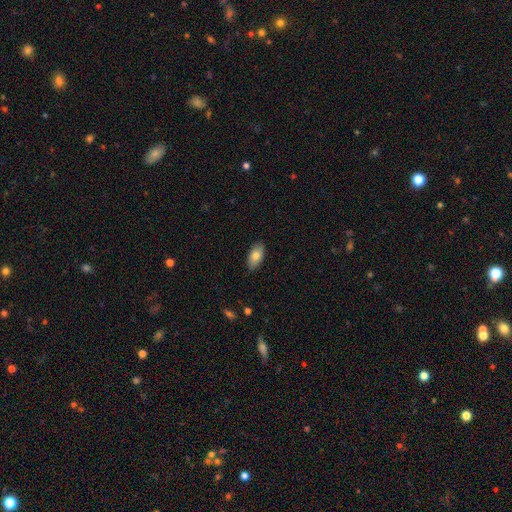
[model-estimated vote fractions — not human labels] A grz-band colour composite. It shows a smooth galaxy with no disk features (78%) that is in between round and cigar-shaped (92%). Merging: none (87%).